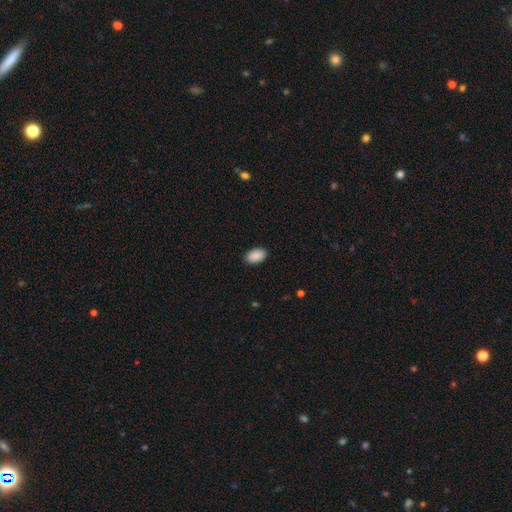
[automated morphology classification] A smooth galaxy with no disk features (91%) that is in between round and cigar-shaped (92%).

Vote fractions:
- Smooth or featured? smooth: 91% / star or artifact: 7% / featured or disk: 3%
- How rounded? in between: 92% / round: 7% / cigar-shaped: 1%
- Merging? none: 89% / minor disturbance: 8% / major disturbance: 2% / merger: 1%